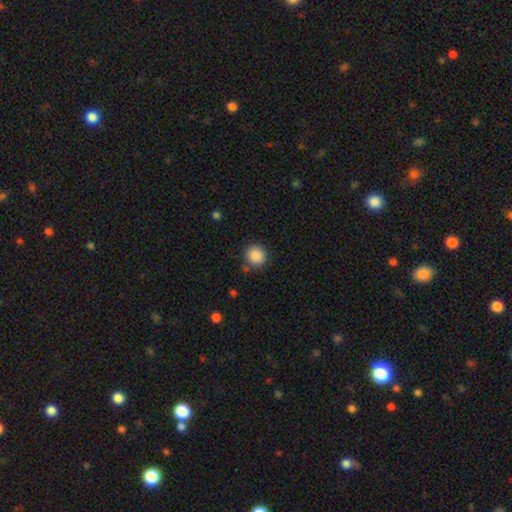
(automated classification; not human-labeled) A smooth galaxy with no disk features (87%) that is round (88%).

Vote fractions:
- Smooth or featured? smooth: 87% / star or artifact: 9% / featured or disk: 4%
- How rounded? round: 88% / in between: 11% / cigar-shaped: 1%
- Merging? none: 83% / minor disturbance: 11% / major disturbance: 3% / merger: 3%